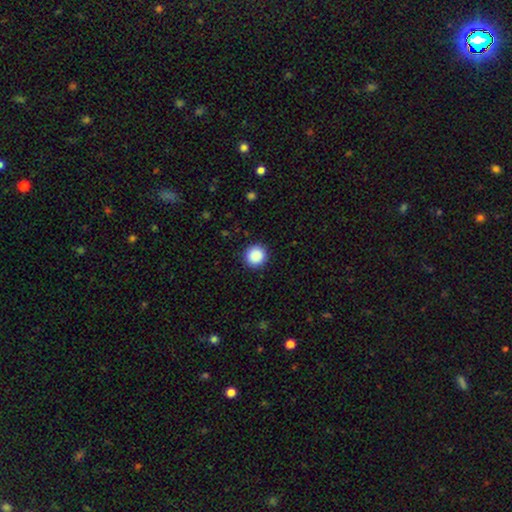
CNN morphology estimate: The model was most divided on "smooth or featured": smooth: 89%, star or artifact: 8%, featured or disk: 3%. More confident: how rounded — round (95%); merging — none (92%).